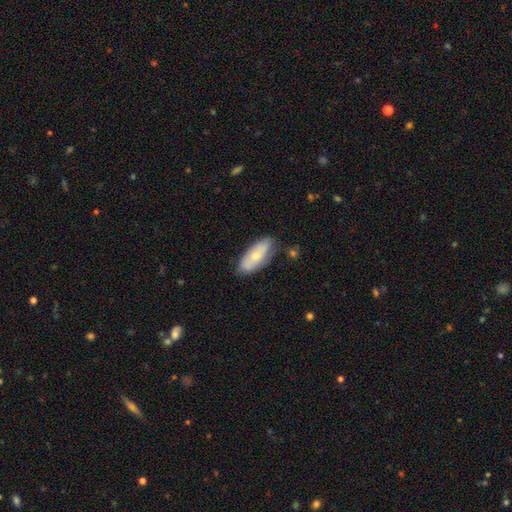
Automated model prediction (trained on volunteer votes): Smooth or featured: smooth — 61% (featured or disk — 33%)
How rounded: in between — 81% (cigar-shaped — 17%)
Merging: none — 76% (minor disturbance — 18%)